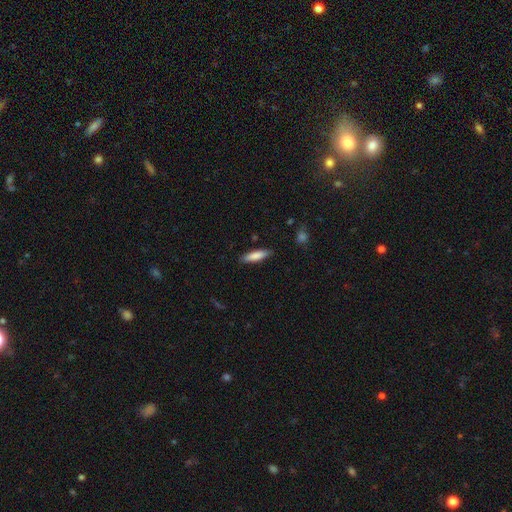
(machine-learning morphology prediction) Smooth or featured? Predicted: smooth (p=0.82). How rounded? Predicted: cigar-shaped (p=0.72). Merging? Predicted: none (p=0.87).